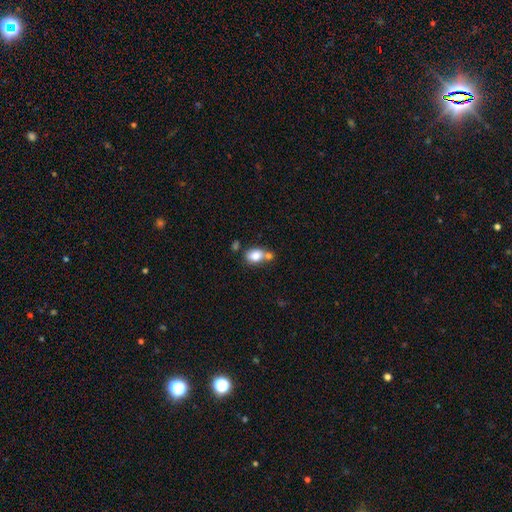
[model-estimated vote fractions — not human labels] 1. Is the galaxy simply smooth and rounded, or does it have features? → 82% smooth, 9% featured or disk, 9% star or artifact.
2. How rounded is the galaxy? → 75% in between, 23% round, 2% cigar-shaped.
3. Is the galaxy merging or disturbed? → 45% none, 35% merger, 15% minor disturbance, 5% major disturbance.